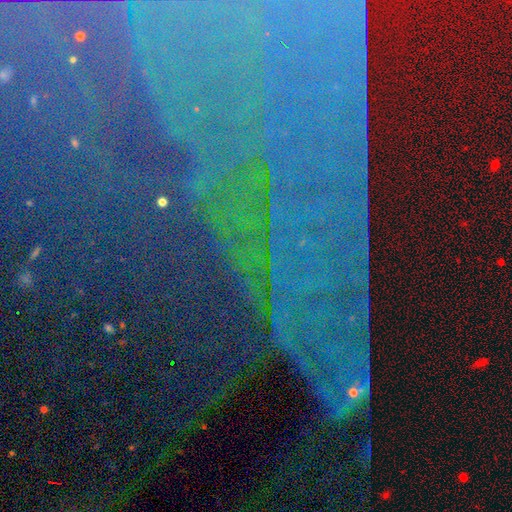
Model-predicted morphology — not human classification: Q: Smooth or featured?
A: star or artifact (84%); runner-up: featured or disk (9%)